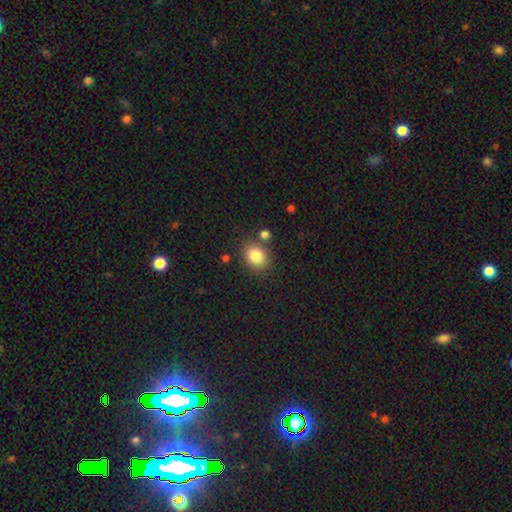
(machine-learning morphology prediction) The model was most divided on "how rounded": round: 60%, in between: 40%, cigar-shaped: 1%. More confident: smooth or featured — smooth (84%); merging — none (80%).